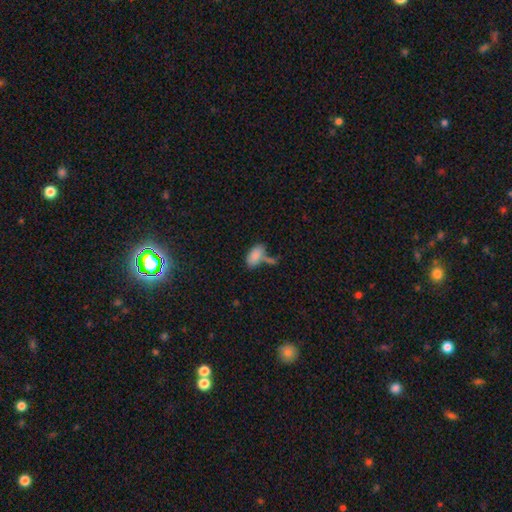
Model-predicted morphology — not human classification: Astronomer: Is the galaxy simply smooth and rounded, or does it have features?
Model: smooth — 83%.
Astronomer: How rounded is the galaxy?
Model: in between — 93%.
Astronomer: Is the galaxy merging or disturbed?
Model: none — 43% (runner-up: merger, 31%).